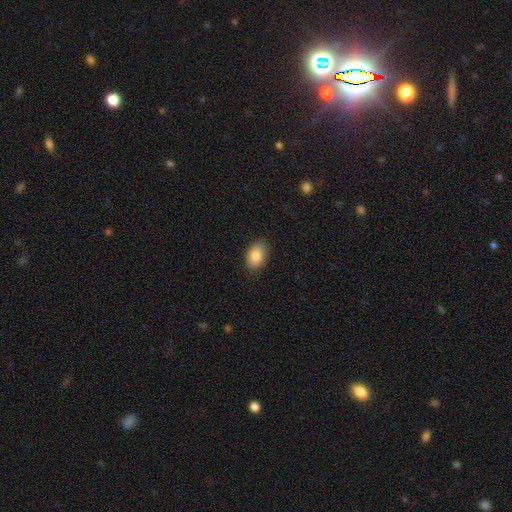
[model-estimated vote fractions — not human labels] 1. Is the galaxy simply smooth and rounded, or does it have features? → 86% smooth, 7% star or artifact, 7% featured or disk.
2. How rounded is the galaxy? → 89% in between, 10% round, 1% cigar-shaped.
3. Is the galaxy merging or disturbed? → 86% none, 10% minor disturbance, 2% major disturbance, 1% merger.